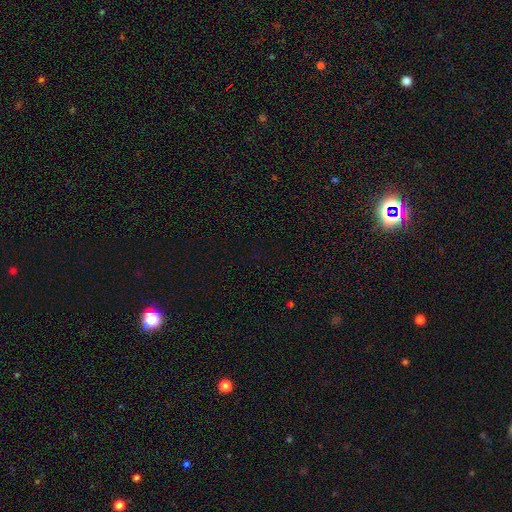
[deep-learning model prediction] This appears to be a star or artifact, not a galaxy (71%).